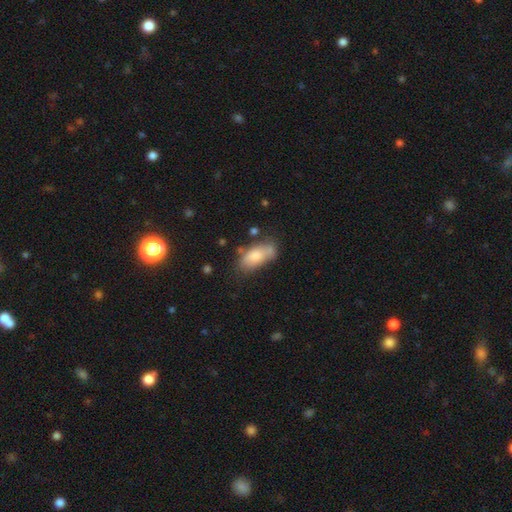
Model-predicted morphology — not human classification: type=smooth (76%); roundness=in between (86%); merging=none (51%).